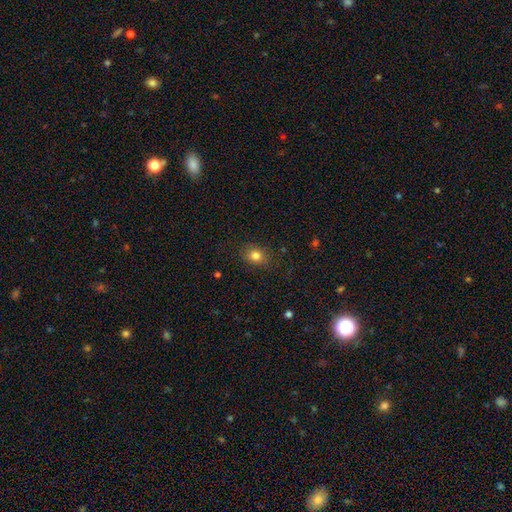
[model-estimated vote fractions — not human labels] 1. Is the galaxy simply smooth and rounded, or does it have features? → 81% smooth, 11% star or artifact, 7% featured or disk.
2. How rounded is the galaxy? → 53% in between, 46% round, 1% cigar-shaped.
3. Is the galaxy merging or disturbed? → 84% none, 12% minor disturbance, 3% major disturbance, 1% merger.